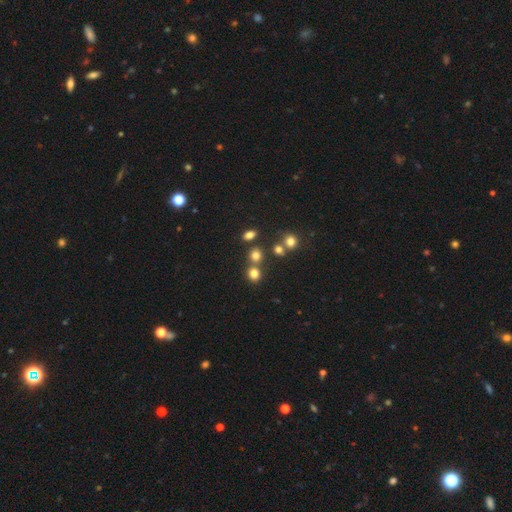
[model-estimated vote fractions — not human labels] smooth-or-featured: smooth: 74% | star or artifact: 18% | featured or disk: 8%
  how-rounded: round: 74% | in between: 25% | cigar-shaped: 1%
  merging: none: 65% | merger: 22% | minor disturbance: 9% | major disturbance: 4%